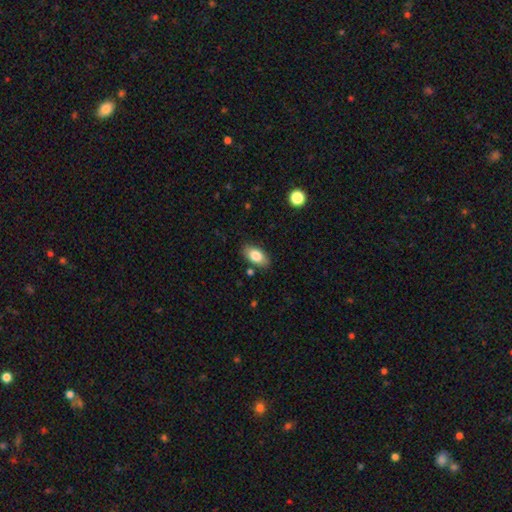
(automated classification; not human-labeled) Overall: smooth (81%). How rounded: in between (92%). Merging: none (84%).